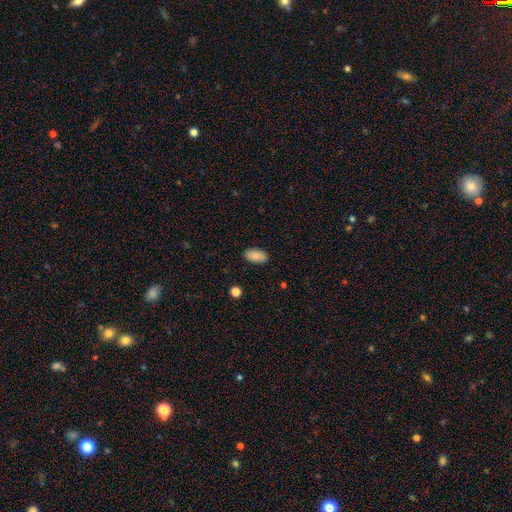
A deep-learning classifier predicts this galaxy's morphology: Q: Smooth or featured?
A: smooth (88%); runner-up: star or artifact (7%)
Q: How rounded?
A: in between (94%); runner-up: round (3%)
Q: Merging?
A: none (88%); runner-up: minor disturbance (9%)